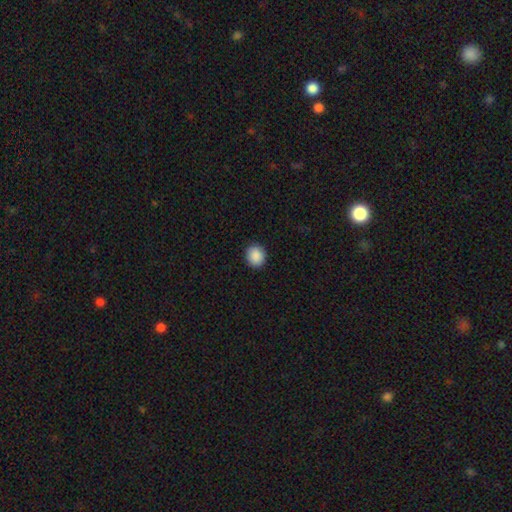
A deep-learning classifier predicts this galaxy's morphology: type=smooth (90%); roundness=round (77%); merging=none (92%).